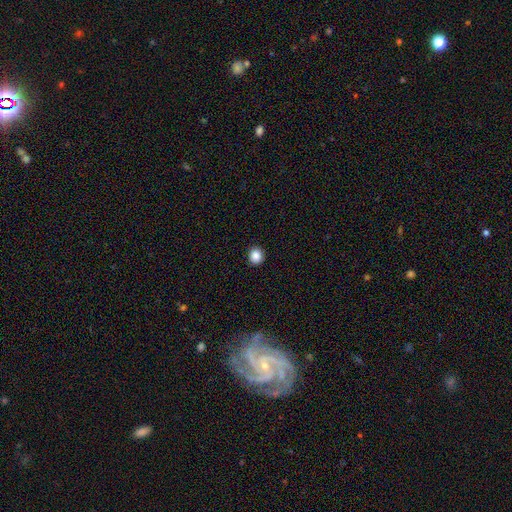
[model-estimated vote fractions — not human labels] Smooth or featured: smooth — 87% (star or artifact — 10%)
How rounded: round — 85% (in between — 14%)
Merging: none — 93% (minor disturbance — 5%)